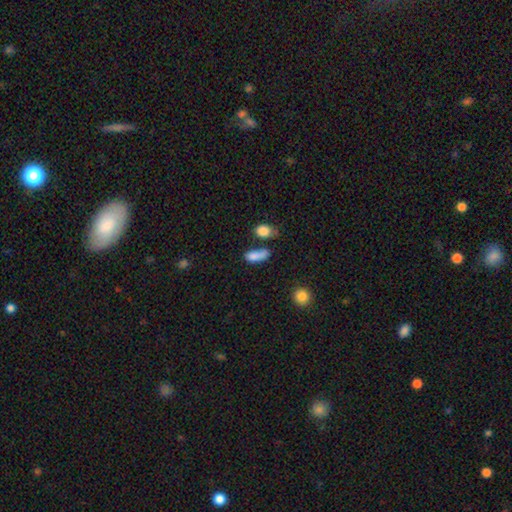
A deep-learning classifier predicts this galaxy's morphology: Q: Smooth or featured?
A: smooth (81%); runner-up: star or artifact (10%)
Q: How rounded?
A: in between (74%); runner-up: cigar-shaped (19%)
Q: Merging?
A: none (39%); runner-up: merger (28%)